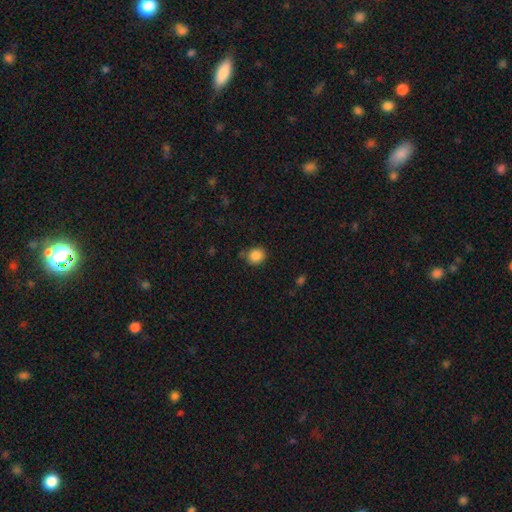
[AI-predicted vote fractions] smooth_or_featured: smooth (p=0.86) [alt: star or artifact p=0.10]
how_rounded: round (p=0.78) [alt: in between p=0.21]
merging: none (p=0.79) [alt: minor disturbance p=0.14]